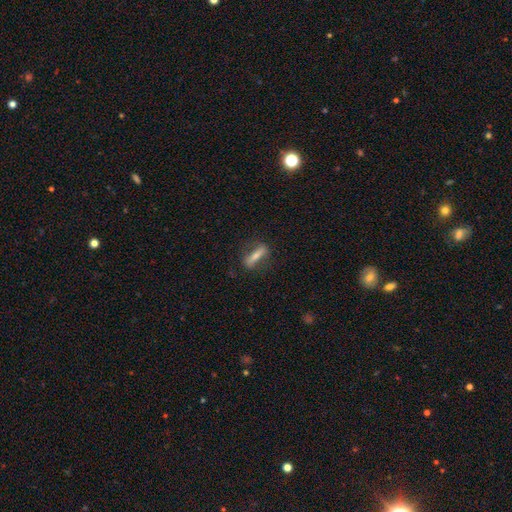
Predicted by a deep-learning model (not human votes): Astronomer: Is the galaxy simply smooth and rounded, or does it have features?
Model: smooth — 45% (runner-up: featured or disk, 44%).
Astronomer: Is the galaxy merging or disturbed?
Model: none — 79%.